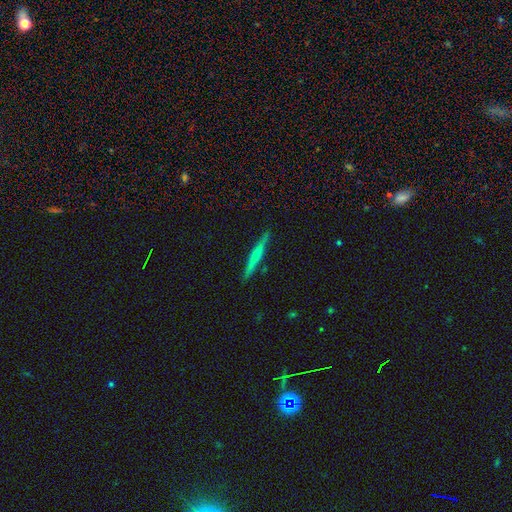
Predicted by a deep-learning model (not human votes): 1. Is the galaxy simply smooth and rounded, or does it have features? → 57% smooth, 38% featured or disk, 6% star or artifact.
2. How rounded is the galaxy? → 96% cigar-shaped, 2% in between, 1% round.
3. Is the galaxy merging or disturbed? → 90% none, 7% minor disturbance, 2% merger, 1% major disturbance.